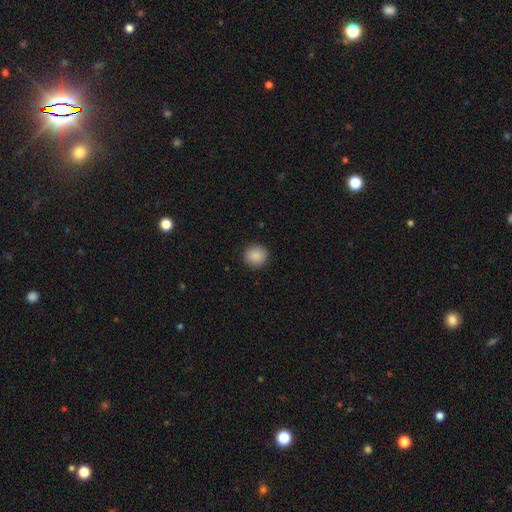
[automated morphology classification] A smooth galaxy with no disk features (89%) that is round (92%).

Vote fractions:
- Smooth or featured? smooth: 89% / star or artifact: 8% / featured or disk: 3%
- How rounded? round: 92% / in between: 7% / cigar-shaped: 1%
- Merging? none: 92% / minor disturbance: 6% / major disturbance: 2% / merger: 1%